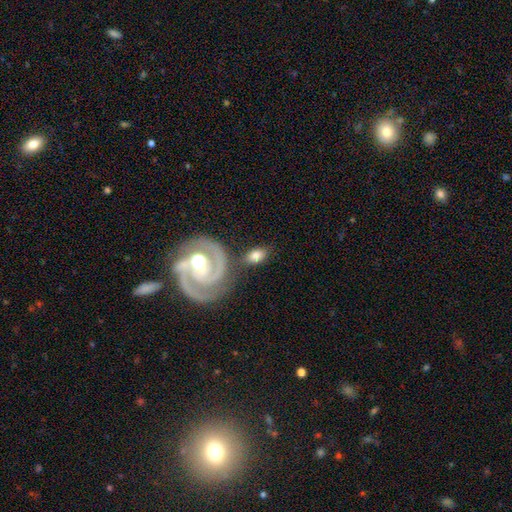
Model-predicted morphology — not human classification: type=smooth (67%); roundness=in between (86%); merging=none (67%).